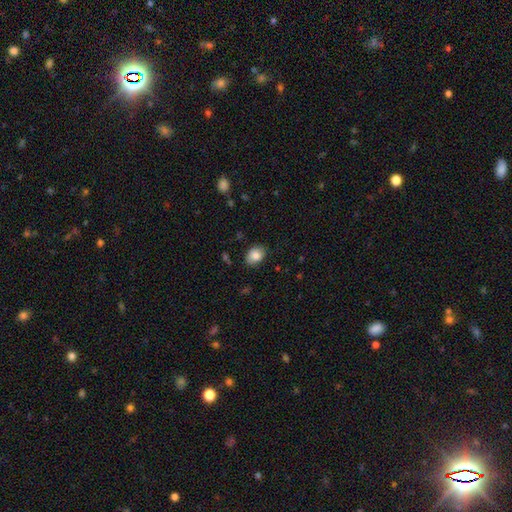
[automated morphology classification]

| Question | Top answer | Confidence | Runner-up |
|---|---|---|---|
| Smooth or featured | smooth | 84% | featured or disk (8%) |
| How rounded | in between | 71% | round (28%) |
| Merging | none | 80% | minor disturbance (16%) |